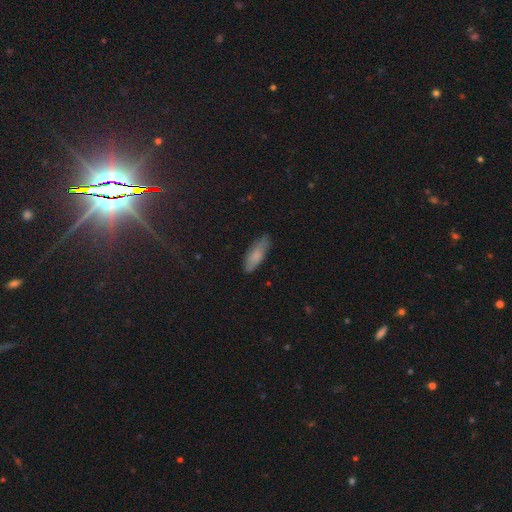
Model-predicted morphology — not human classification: type=smooth (77%); roundness=in between (58%); merging=none (79%).